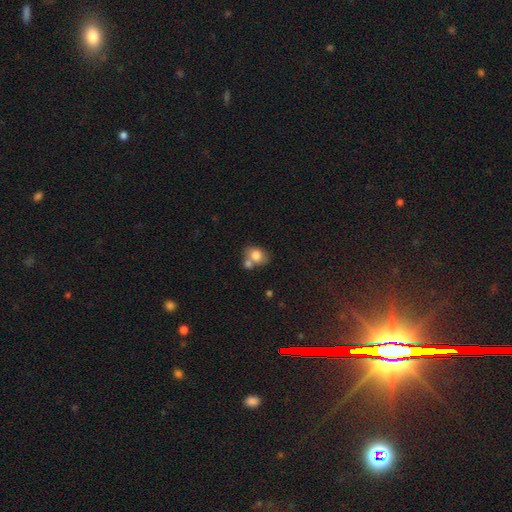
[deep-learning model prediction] Smooth or featured? smooth (78%)
How rounded? in between (57%)
Merging? none (43%)